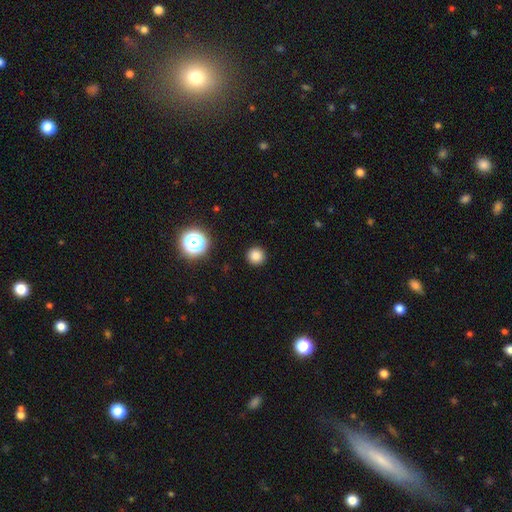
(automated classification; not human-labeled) Smooth or featured? Predicted: smooth (p=0.82). How rounded? Predicted: round (p=0.96). Merging? Predicted: none (p=0.93).